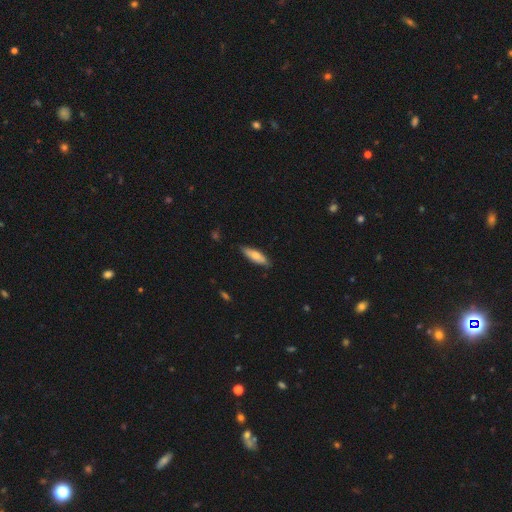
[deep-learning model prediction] This is likely a smooth galaxy (70%). How rounded: possibly cigar-shaped (52%). Merging: clearly none (83%).